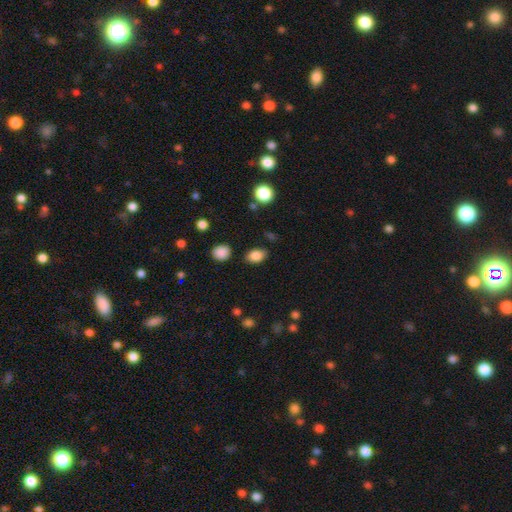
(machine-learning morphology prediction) smooth_or_featured: smooth (p=0.85) [alt: star or artifact p=0.09]
how_rounded: in between (p=0.81) [alt: round p=0.18]
merging: none (p=0.80) [alt: minor disturbance p=0.13]